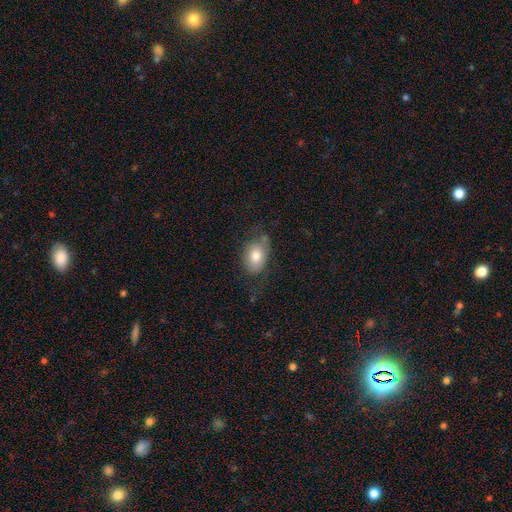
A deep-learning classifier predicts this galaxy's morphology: type=smooth (76%); roundness=in between (83%); merging=none (59%).